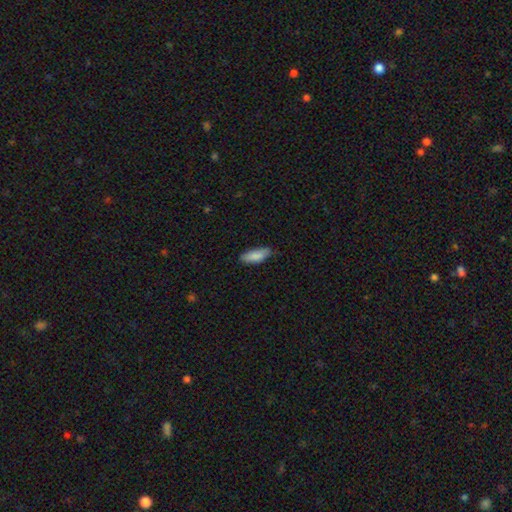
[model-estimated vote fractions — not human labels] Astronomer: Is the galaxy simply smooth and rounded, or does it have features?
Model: smooth — 87%.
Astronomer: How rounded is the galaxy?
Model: in between — 69%.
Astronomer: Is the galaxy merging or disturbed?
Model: none — 77%.